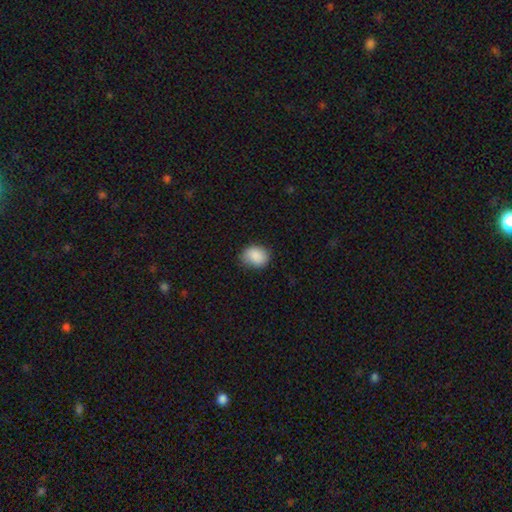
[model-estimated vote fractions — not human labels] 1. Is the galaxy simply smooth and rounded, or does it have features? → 89% smooth, 7% star or artifact, 4% featured or disk.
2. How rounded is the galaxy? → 51% in between, 48% round, 1% cigar-shaped.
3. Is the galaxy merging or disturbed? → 76% none, 19% minor disturbance, 4% major disturbance, 1% merger.